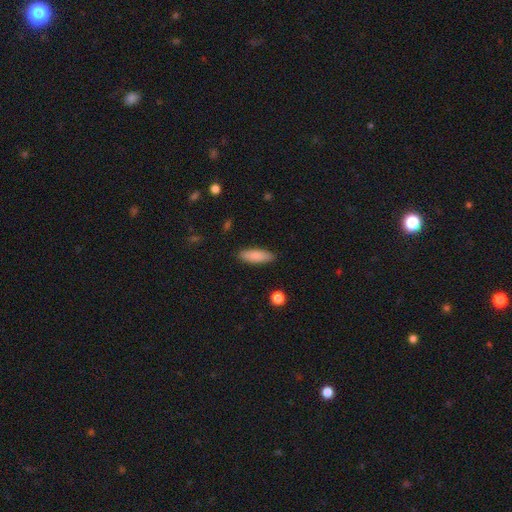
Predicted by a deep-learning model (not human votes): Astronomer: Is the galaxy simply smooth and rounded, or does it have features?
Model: smooth — 86%.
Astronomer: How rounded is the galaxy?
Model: in between — 57% (runner-up: cigar-shaped, 41%).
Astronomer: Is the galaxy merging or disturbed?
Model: none — 87%.